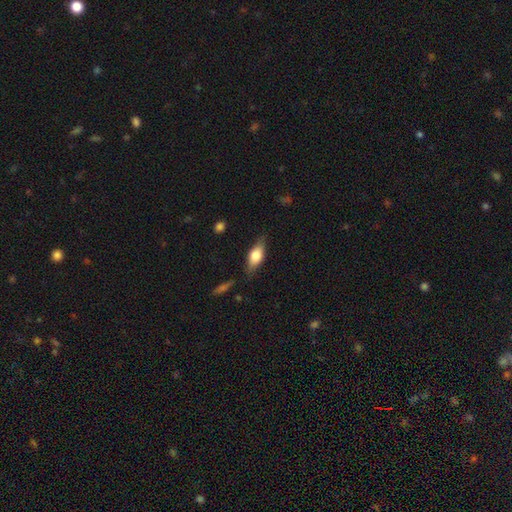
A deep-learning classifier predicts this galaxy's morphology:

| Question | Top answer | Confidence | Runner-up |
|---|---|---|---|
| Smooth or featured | smooth | 60% | featured or disk (33%) |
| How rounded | in between | 76% | cigar-shaped (20%) |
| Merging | none | 79% | minor disturbance (15%) |